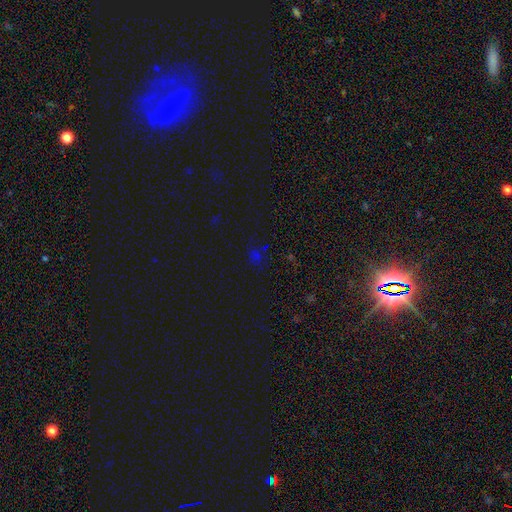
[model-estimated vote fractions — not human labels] A star or artifact, not a galaxy (60%).